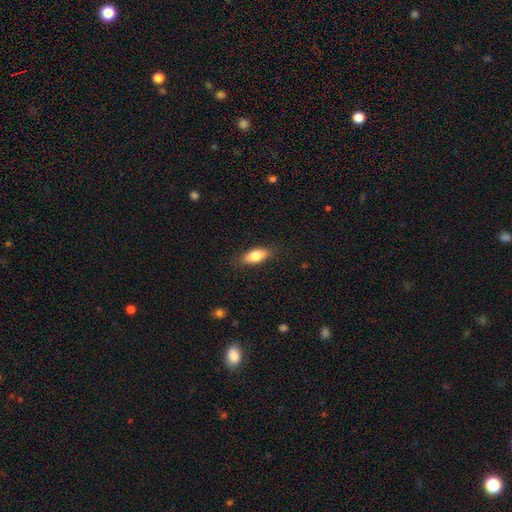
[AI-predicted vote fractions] Smooth or featured? Predicted: smooth (p=0.76). How rounded? Predicted: in between (p=0.77). Merging? Predicted: none (p=0.85).